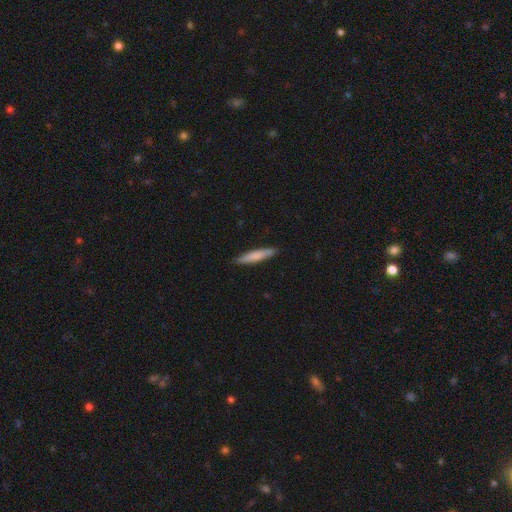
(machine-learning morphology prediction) This appears to be a smooth galaxy with no disk features (72%) that is cigar-shaped (89%). Merging: none (84%).